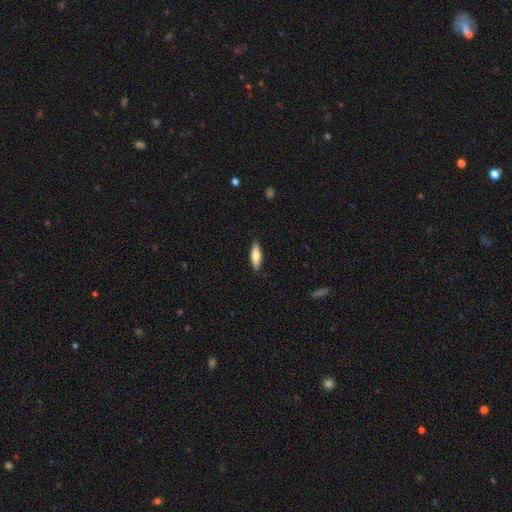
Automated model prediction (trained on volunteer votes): smooth_or_featured: smooth (p=0.68) [alt: featured or disk p=0.26]
how_rounded: cigar-shaped (p=0.52) [alt: in between p=0.46]
merging: none (p=0.88) [alt: minor disturbance p=0.09]